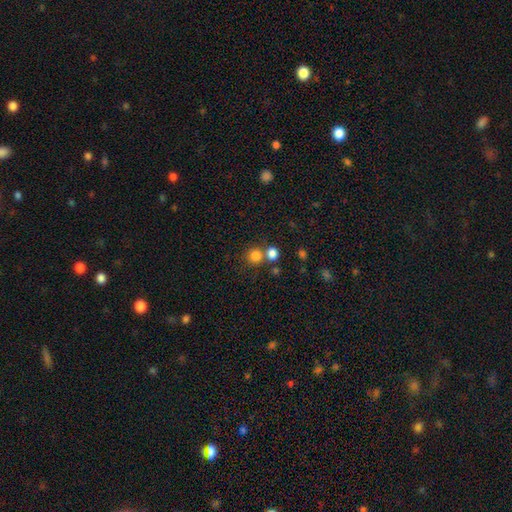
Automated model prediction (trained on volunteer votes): smooth 81%, star or artifact 13%, featured or disk 6%. Down the decision tree: how rounded — round (91%); merging — none (64%).